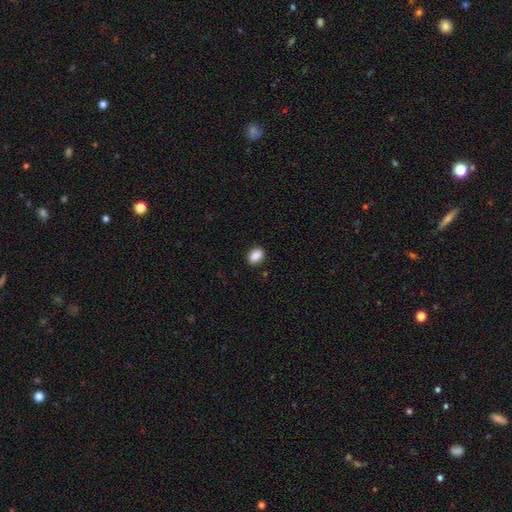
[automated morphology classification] This is clearly a smooth galaxy (88%). How rounded: likely in between (80%). Merging: clearly none (88%).